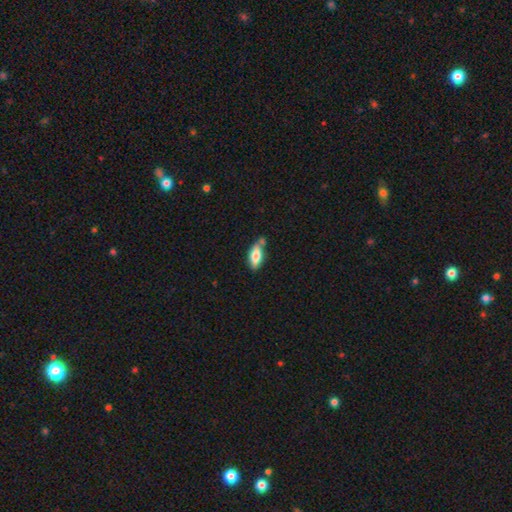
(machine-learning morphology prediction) Smooth or featured: smooth — 74% (featured or disk — 20%)
How rounded: in between — 78% (cigar-shaped — 19%)
Merging: none — 57% (minor disturbance — 23%)